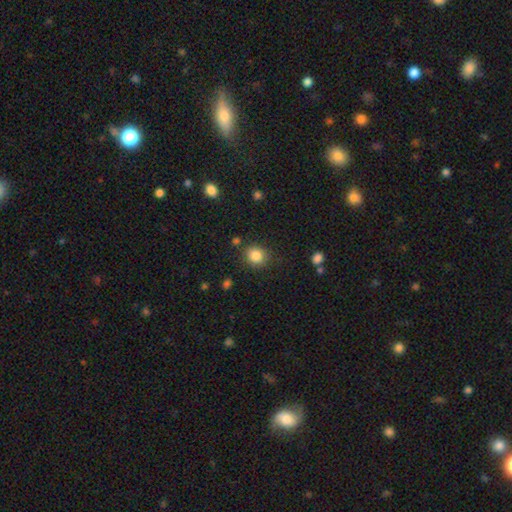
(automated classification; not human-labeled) This appears to be a smooth galaxy with no disk features (85%) that is round (82%). Merging: none (83%).